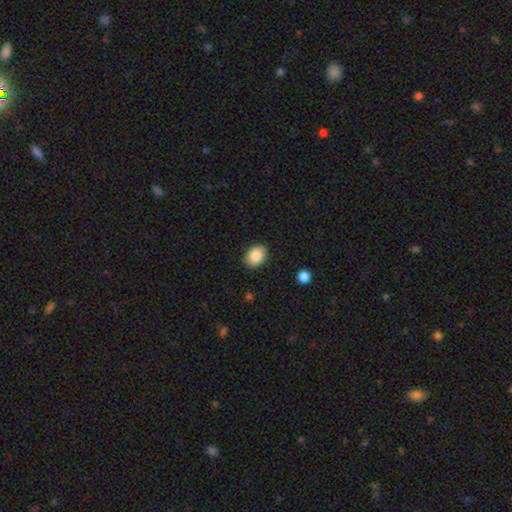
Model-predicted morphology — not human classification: A smooth galaxy with no disk features (88%) that is in between round and cigar-shaped (61%). Merging: none (87%).